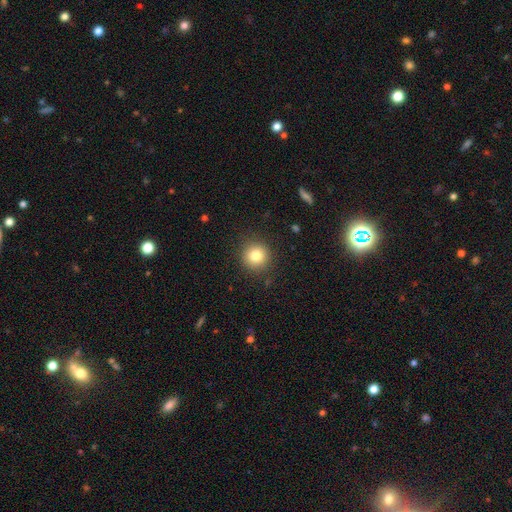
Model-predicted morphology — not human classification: Q: Smooth or featured?
A: smooth (81%); runner-up: star or artifact (11%)
Q: How rounded?
A: round (94%); runner-up: in between (5%)
Q: Merging?
A: none (89%); runner-up: minor disturbance (7%)